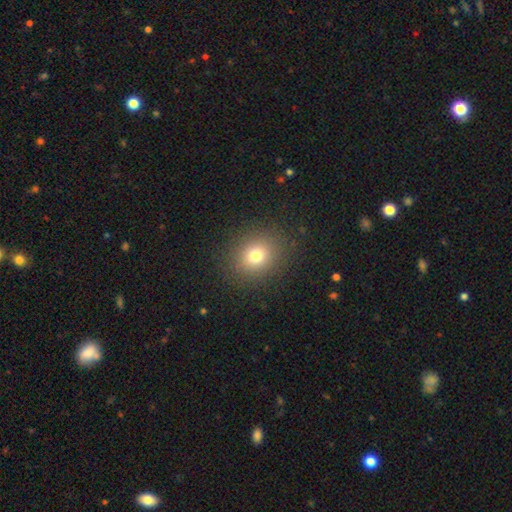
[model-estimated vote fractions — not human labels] Overall: smooth (75%). How rounded: round (75%). Merging: none (88%).